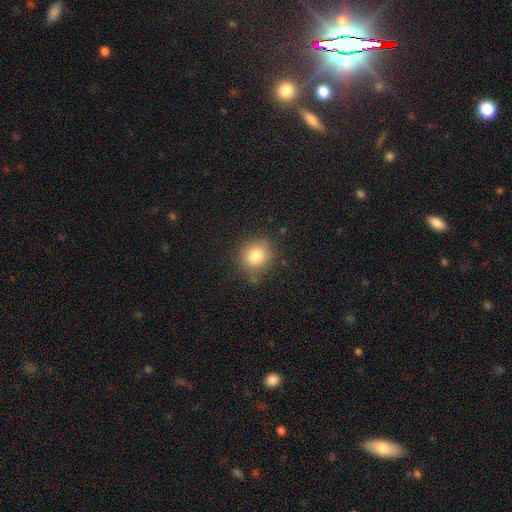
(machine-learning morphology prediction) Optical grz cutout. It shows a smooth galaxy with no disk features (82%) that is round (86%). Merging: none (79%).